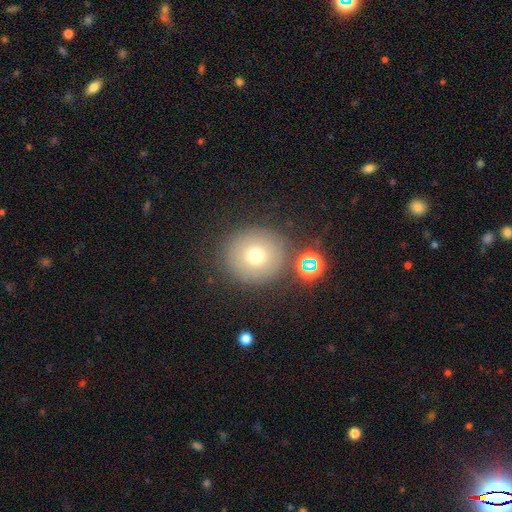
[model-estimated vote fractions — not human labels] smooth-or-featured: smooth: 71% | featured or disk: 15% | star or artifact: 15%
  how-rounded: round: 90% | in between: 9% | cigar-shaped: 1%
  merging: none: 80% | minor disturbance: 10% | merger: 6% | major disturbance: 4%